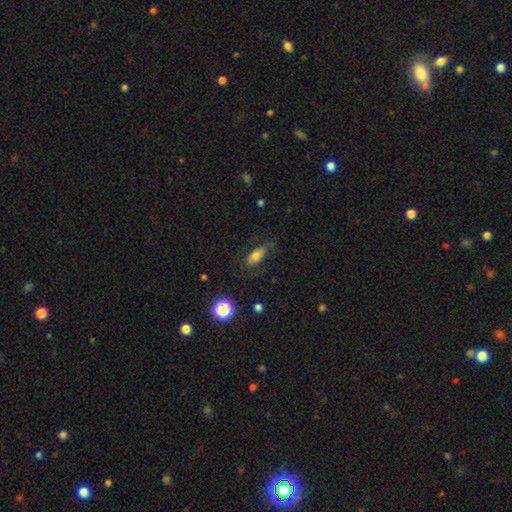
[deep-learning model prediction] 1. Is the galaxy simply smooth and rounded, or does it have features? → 71% smooth, 19% featured or disk, 10% star or artifact.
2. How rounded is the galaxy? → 82% in between, 13% cigar-shaped, 5% round.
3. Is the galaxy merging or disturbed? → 64% none, 23% minor disturbance, 11% major disturbance, 2% merger.